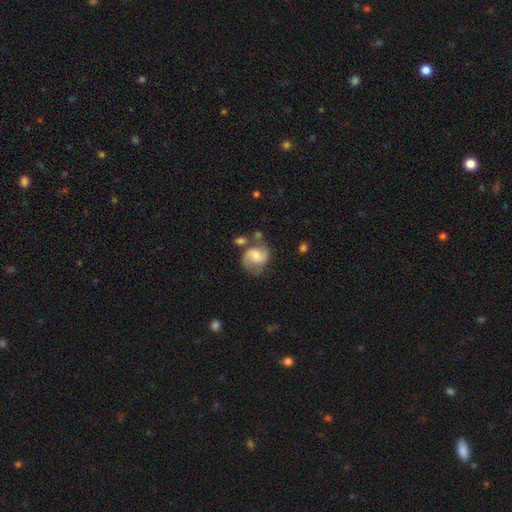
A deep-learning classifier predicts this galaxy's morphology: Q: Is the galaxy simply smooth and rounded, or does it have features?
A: featured or disk — 70%.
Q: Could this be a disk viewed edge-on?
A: no — 98%.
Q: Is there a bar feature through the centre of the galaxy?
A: no — 50%.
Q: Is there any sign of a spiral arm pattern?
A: yes — 93%.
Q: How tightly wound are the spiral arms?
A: medium — 52%.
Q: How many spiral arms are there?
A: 2 — 86%.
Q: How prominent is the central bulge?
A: moderate — 36%.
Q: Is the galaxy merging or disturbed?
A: none — 54%.